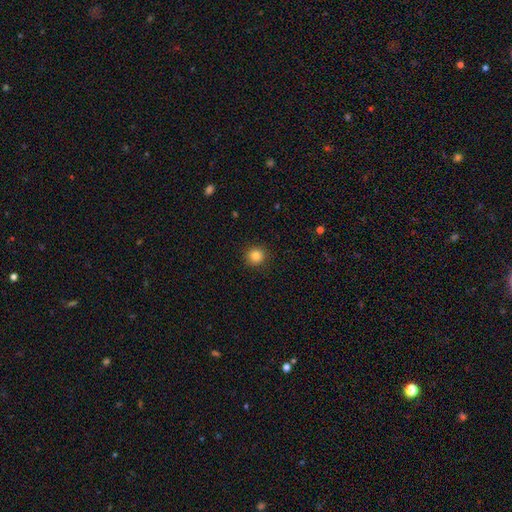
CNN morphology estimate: Smooth or featured?
  - smooth: 84% *
  - star or artifact: 11%
  - featured or disk: 5%
How rounded?
  - round: 93% *
  - in between: 6%
  - cigar-shaped: 1%
Merging?
  - none: 91% *
  - minor disturbance: 6%
  - major disturbance: 2%
  - merger: 1%